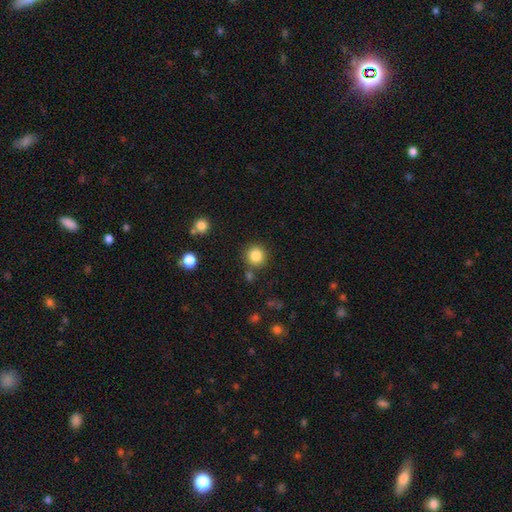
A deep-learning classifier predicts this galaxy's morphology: Smooth or featured: smooth — 84% (star or artifact — 11%)
How rounded: round — 93% (in between — 6%)
Merging: none — 84% (minor disturbance — 8%)